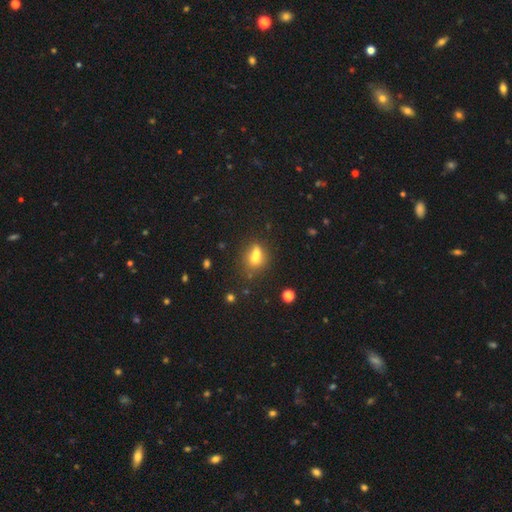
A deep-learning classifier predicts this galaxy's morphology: smooth-or-featured: smooth: 65% | featured or disk: 20% | star or artifact: 15%
  how-rounded: in between: 52% | round: 43% | cigar-shaped: 5%
  merging: merger: 49% | none: 35% | minor disturbance: 11% | major disturbance: 5%